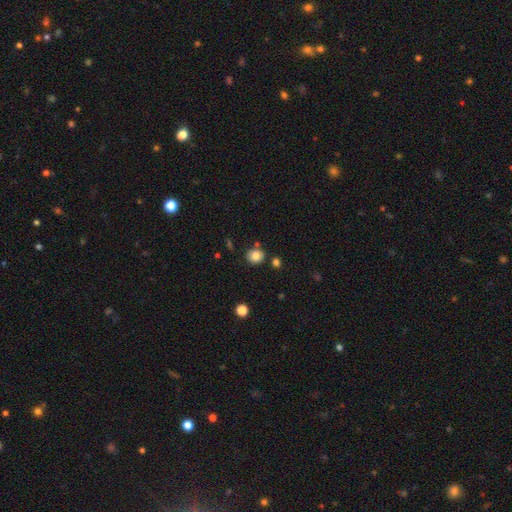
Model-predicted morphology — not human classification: Smooth or featured? smooth (83%)
How rounded? round (80%)
Merging? none (79%)